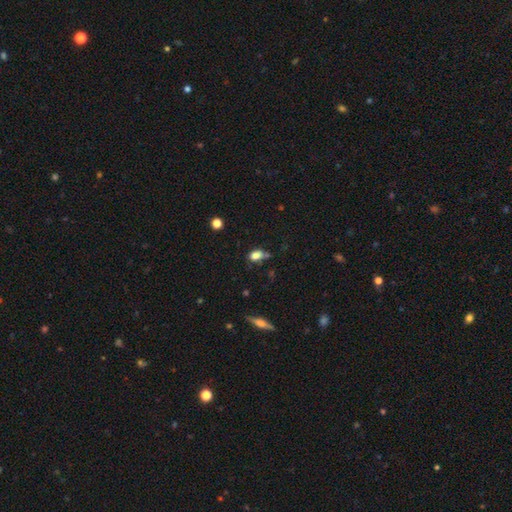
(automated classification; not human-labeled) The model was most divided on "merging": none: 49%, minor disturbance: 28%, merger: 13%, major disturbance: 10%. More confident: smooth or featured — smooth (79%); how rounded — in between (78%).